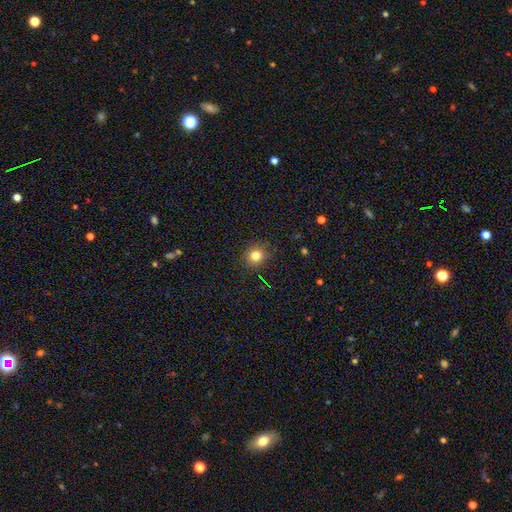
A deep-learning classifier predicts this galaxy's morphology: The model was most divided on "smooth or featured": smooth: 80%, star or artifact: 13%, featured or disk: 6%. More confident: merging — none (88%); how rounded — round (86%).